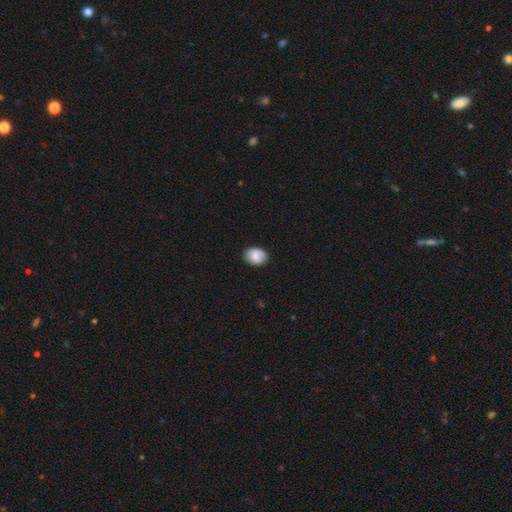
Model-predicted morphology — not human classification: Smooth or featured: smooth — 79% (featured or disk — 14%)
How rounded: in between — 65% (round — 34%)
Merging: none — 82% (minor disturbance — 14%)